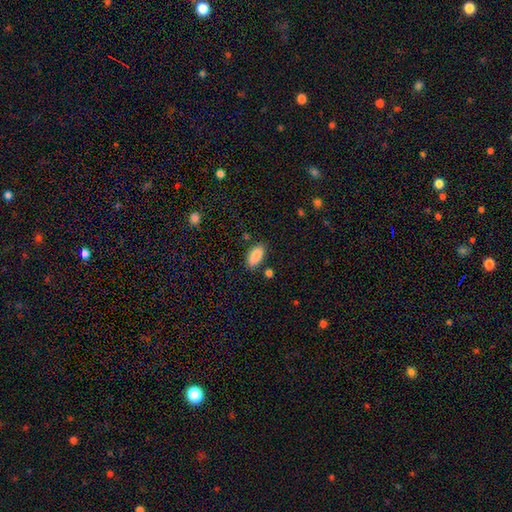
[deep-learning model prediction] Overall: smooth (89%). How rounded: in between (88%). Merging: none (83%).